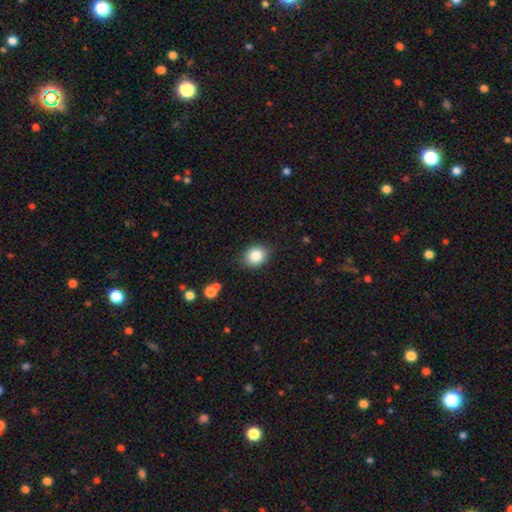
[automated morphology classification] Smooth or featured: smooth — 83% (star or artifact — 10%)
How rounded: round — 58% (in between — 41%)
Merging: none — 82% (minor disturbance — 14%)